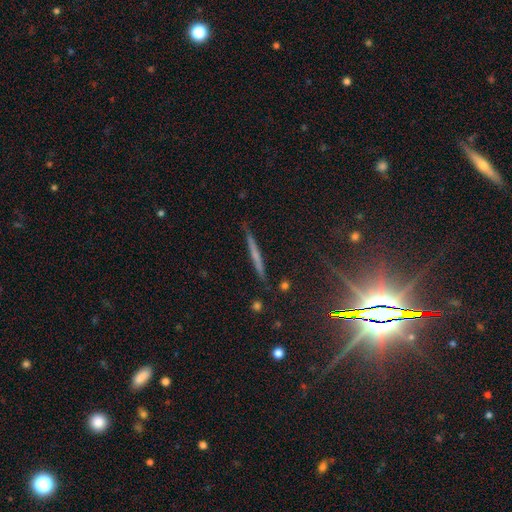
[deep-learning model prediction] smooth_or_featured: featured or disk (p=0.48) [alt: smooth p=0.40]
merging: none (p=0.88) [alt: minor disturbance p=0.09]